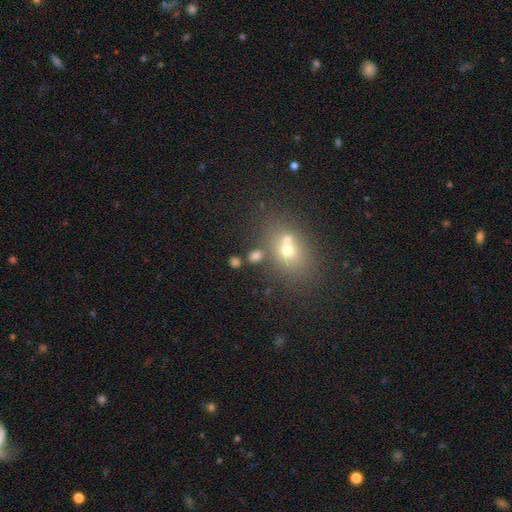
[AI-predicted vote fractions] A smooth galaxy with no disk features (66%) that is in between round and cigar-shaped (54%).

Vote fractions:
- Smooth or featured? smooth: 66% / star or artifact: 19% / featured or disk: 15%
- How rounded? in between: 54% / round: 43% / cigar-shaped: 3%
- Merging? none: 54% / merger: 31% / minor disturbance: 10% / major disturbance: 5%